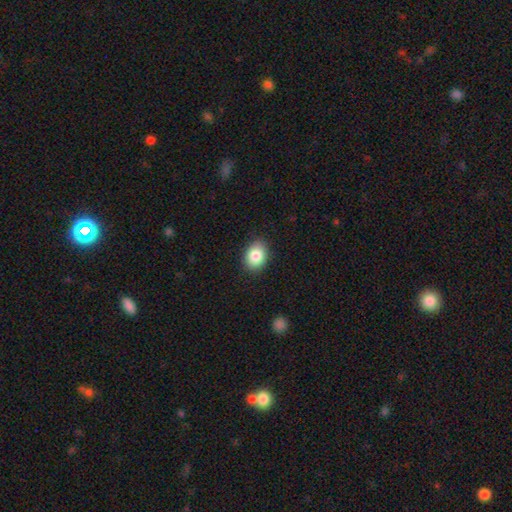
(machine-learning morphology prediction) smooth-or-featured: smooth: 84% | featured or disk: 8% | star or artifact: 8%
  how-rounded: in between: 71% | round: 28% | cigar-shaped: 1%
  merging: none: 88% | minor disturbance: 9% | major disturbance: 2% | merger: 1%